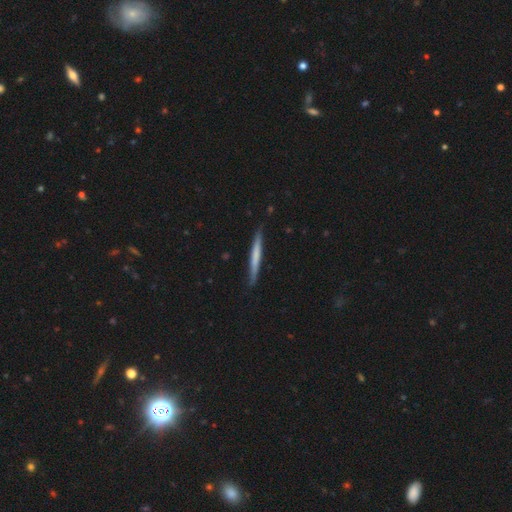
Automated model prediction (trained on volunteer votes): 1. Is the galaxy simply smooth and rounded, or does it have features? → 55% smooth, 40% featured or disk, 5% star or artifact.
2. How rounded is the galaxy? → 97% cigar-shaped, 2% in between, 1% round.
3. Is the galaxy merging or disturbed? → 86% none, 11% minor disturbance, 2% major disturbance, 1% merger.